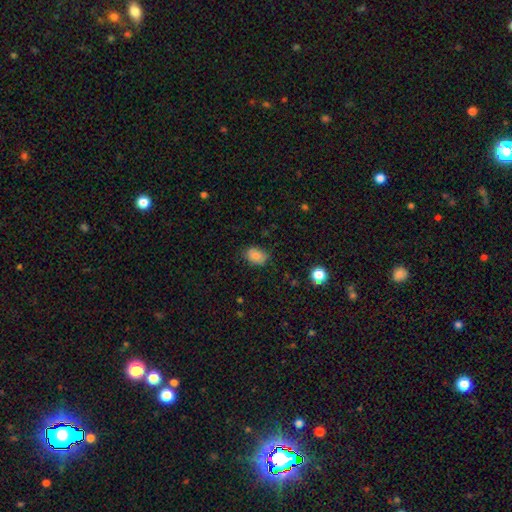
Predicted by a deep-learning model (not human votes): This is clearly a smooth galaxy (83%). How rounded: likely in between (76%). Merging: likely none (75%).